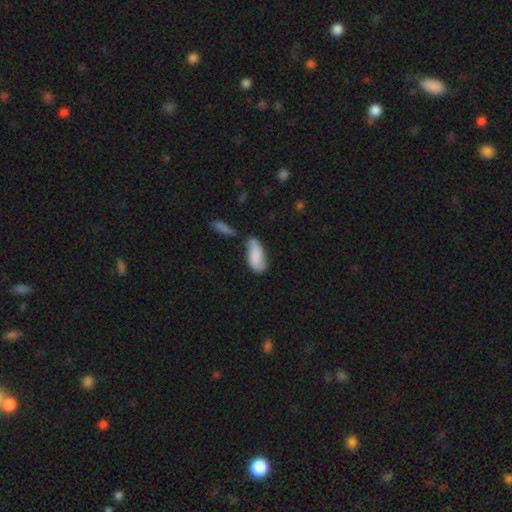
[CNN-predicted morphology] The model was most divided on "merging": none: 43%, minor disturbance: 29%, merger: 18%, major disturbance: 10%. More confident: how rounded — in between (86%); smooth or featured — smooth (77%).